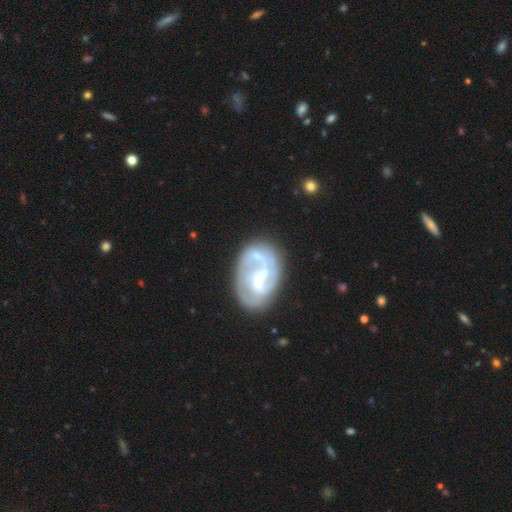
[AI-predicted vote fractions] Morphology: type=featured or disk (71%); edge-on=no (97%); bar=weak (40%); spiral arms=yes (65%); bulge=moderate (36%); merging=none (46%).